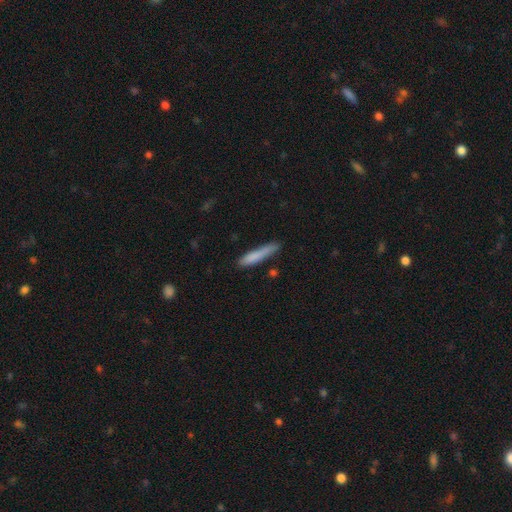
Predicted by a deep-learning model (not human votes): This is clearly a smooth galaxy (80%). How rounded: clearly cigar-shaped (91%). Merging: likely none (73%).